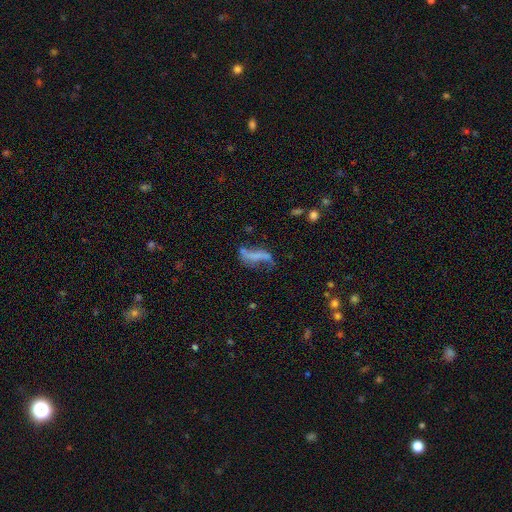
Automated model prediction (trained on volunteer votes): Smooth or featured: featured or disk — 50% (smooth — 36%)
Merging: none — 38% (major disturbance — 27%)